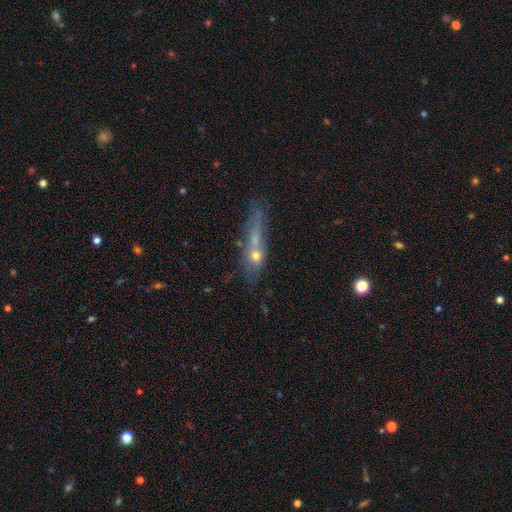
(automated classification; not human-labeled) smooth-or-featured: smooth: 49% | featured or disk: 39% | star or artifact: 12%
  merging: none: 47% | merger: 23% | minor disturbance: 19% | major disturbance: 11%